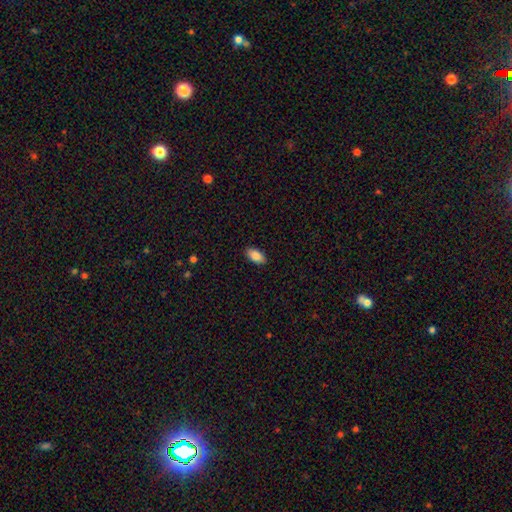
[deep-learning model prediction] smooth_or_featured: smooth (p=0.87) [alt: star or artifact p=0.07]
how_rounded: in between (p=0.93) [alt: cigar-shaped p=0.04]
merging: none (p=0.89) [alt: minor disturbance p=0.08]